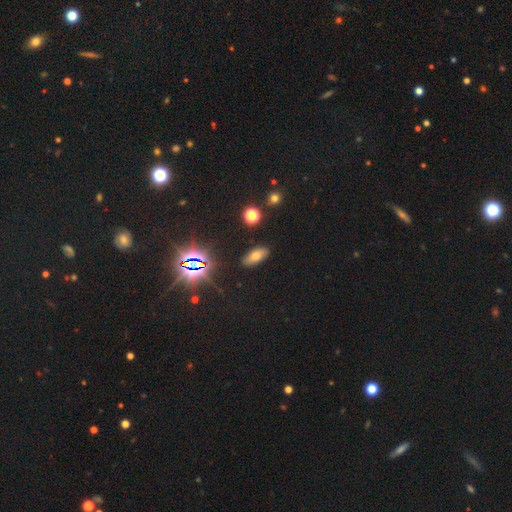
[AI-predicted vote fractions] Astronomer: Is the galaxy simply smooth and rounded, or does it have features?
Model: smooth — 56%.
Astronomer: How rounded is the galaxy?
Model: in between — 84%.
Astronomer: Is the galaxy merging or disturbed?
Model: none — 88%.